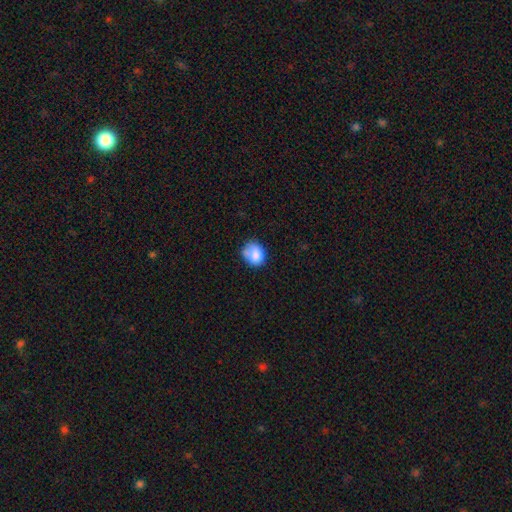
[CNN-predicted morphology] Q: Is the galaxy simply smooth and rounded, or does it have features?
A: smooth — 80%.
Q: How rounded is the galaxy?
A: round — 52%.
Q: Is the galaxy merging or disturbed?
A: none — 52%.